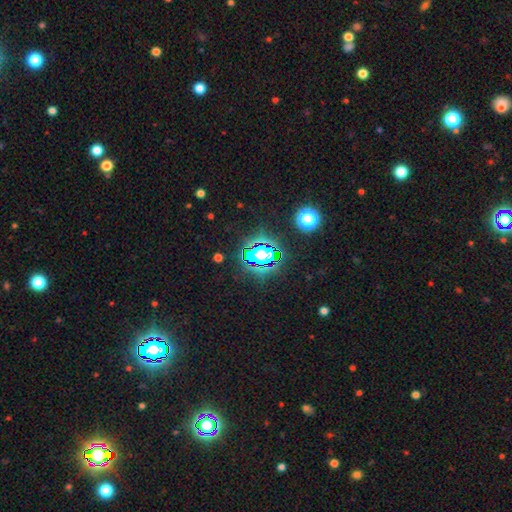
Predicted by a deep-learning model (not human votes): Smooth or featured? Predicted: star or artifact (p=0.78).